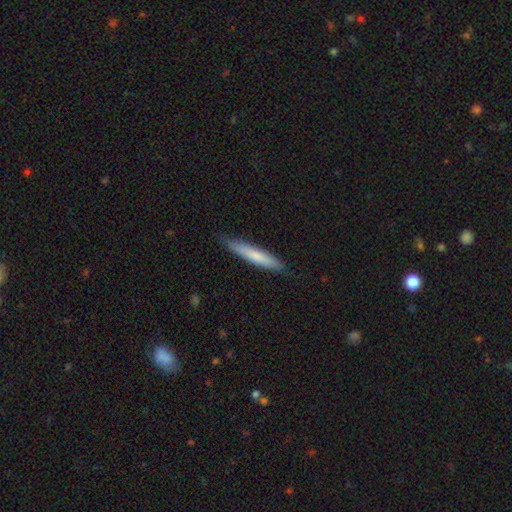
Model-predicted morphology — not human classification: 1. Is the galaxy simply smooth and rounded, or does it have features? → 70% smooth, 25% featured or disk, 5% star or artifact.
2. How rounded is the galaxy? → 92% cigar-shaped, 6% in between, 1% round.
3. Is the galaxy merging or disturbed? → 83% none, 14% minor disturbance, 2% major disturbance, 1% merger.